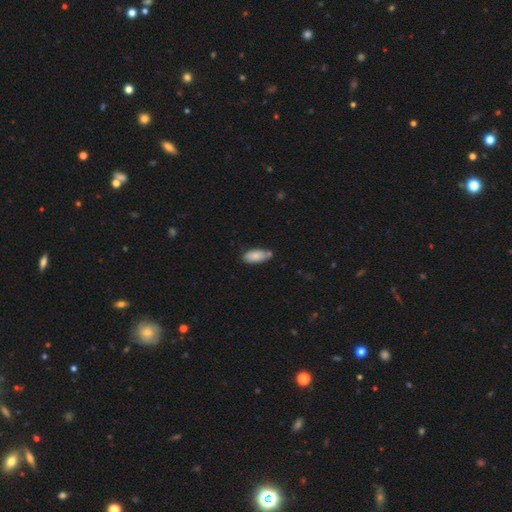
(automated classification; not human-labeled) smooth 85%, featured or disk 9%, star or artifact 6%. Down the decision tree: how rounded — in between (85%); merging — none (62%).